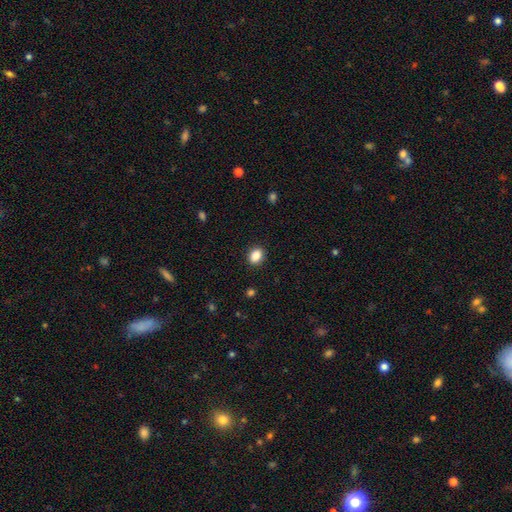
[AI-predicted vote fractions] This is clearly a smooth galaxy (87%). How rounded: likely in between (70%). Merging: clearly none (90%).